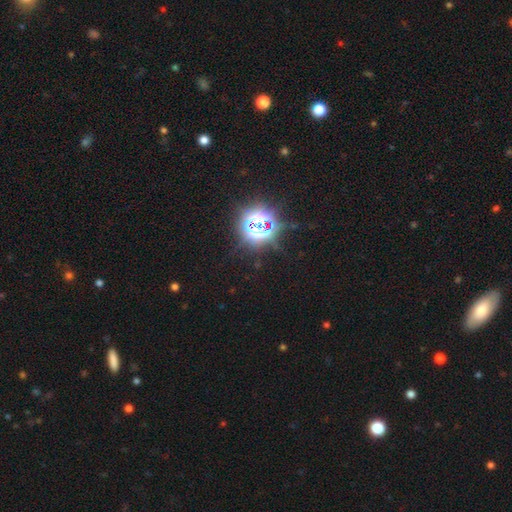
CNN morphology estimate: Overall: star or artifact (82%).